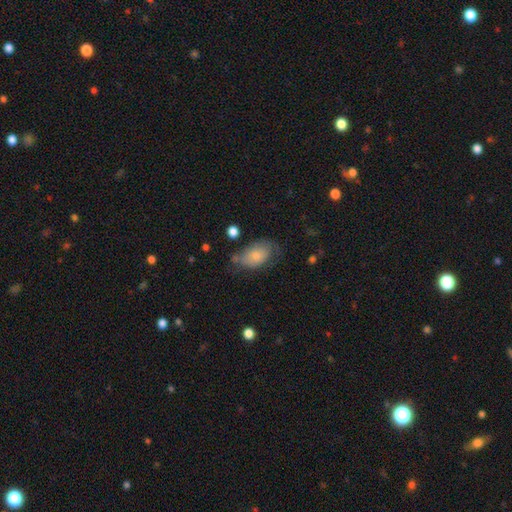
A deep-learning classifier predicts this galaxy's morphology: Smooth or featured: smooth — 72% (featured or disk — 21%)
How rounded: in between — 90% (round — 9%)
Merging: none — 48% (minor disturbance — 32%)